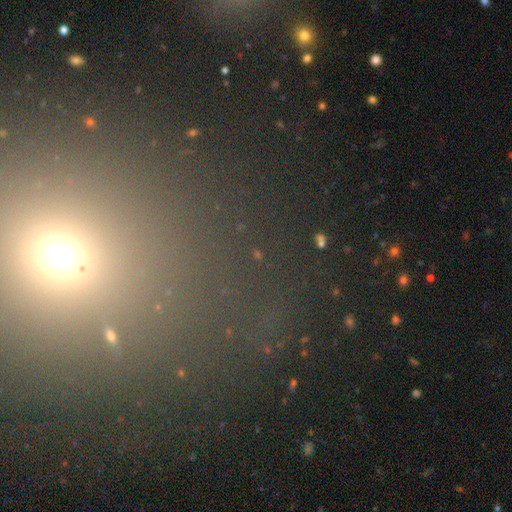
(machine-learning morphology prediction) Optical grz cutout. It shows a star or artifact, not a galaxy (65%).